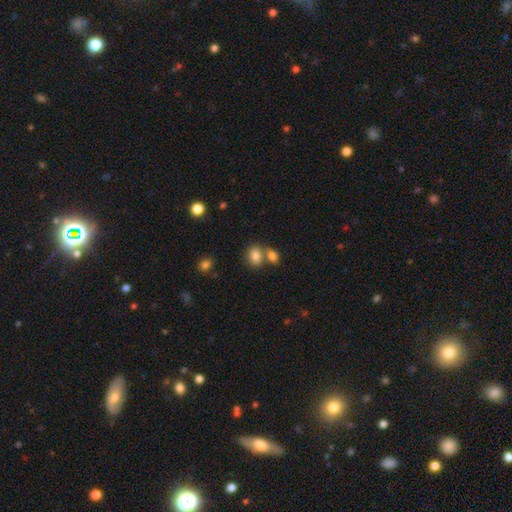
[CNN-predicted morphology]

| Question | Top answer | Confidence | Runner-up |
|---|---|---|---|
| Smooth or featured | smooth | 83% | star or artifact (9%) |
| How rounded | in between | 58% | round (41%) |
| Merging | none | 46% | merger (41%) |